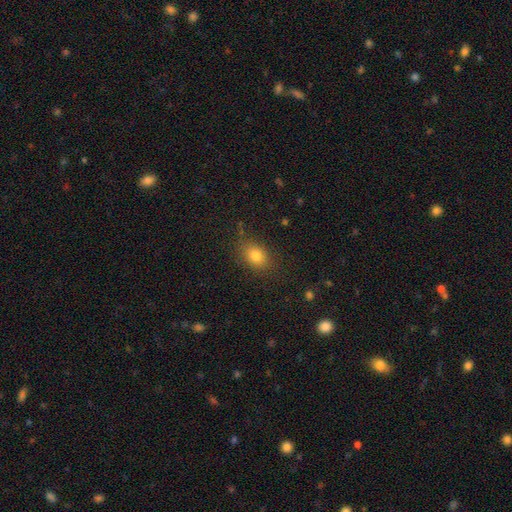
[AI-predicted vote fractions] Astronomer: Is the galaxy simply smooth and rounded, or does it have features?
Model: smooth — 80%.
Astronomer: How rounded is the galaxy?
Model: in between — 70%.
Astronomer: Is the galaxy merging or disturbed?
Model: none — 82%.